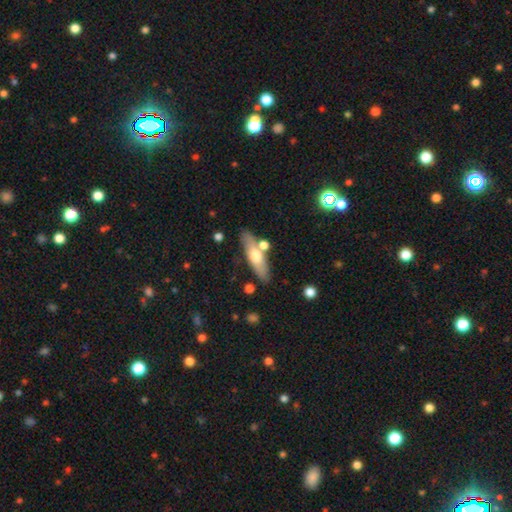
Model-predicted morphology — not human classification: Smooth or featured? smooth (54%)
How rounded? cigar-shaped (60%)
Merging? none (74%)